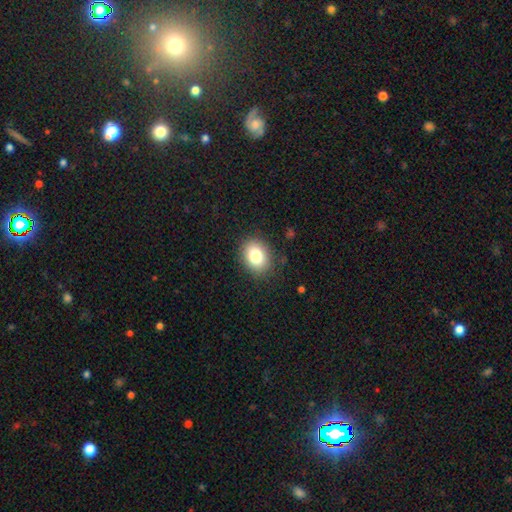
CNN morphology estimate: Smooth or featured? smooth (82%)
How rounded? in between (55%)
Merging? none (86%)